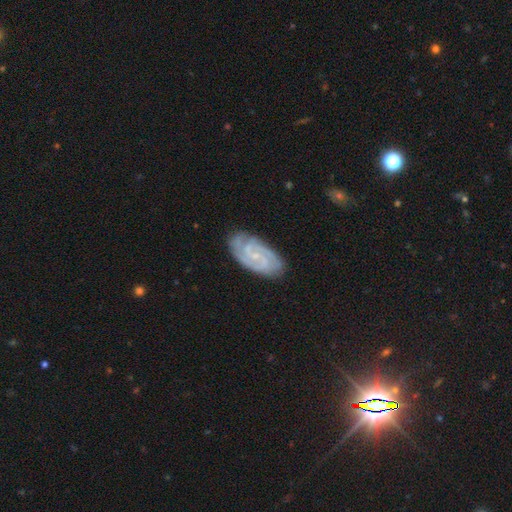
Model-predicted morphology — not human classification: This appears to be a featured or disk galaxy (85%) with no bar (57%), 2 (33%) tight (67%) spiral arms (98%) and a small central bulge (77%). Merging: none (80%).